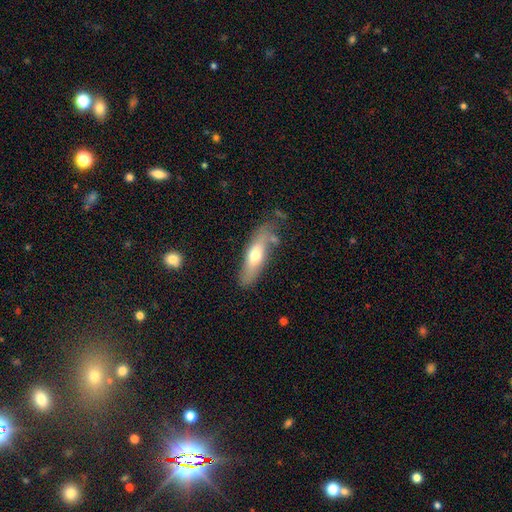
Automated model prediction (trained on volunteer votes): Smooth or featured? Predicted: smooth (p=0.58). How rounded? Predicted: in between (p=0.51). Merging? Predicted: none (p=0.65).